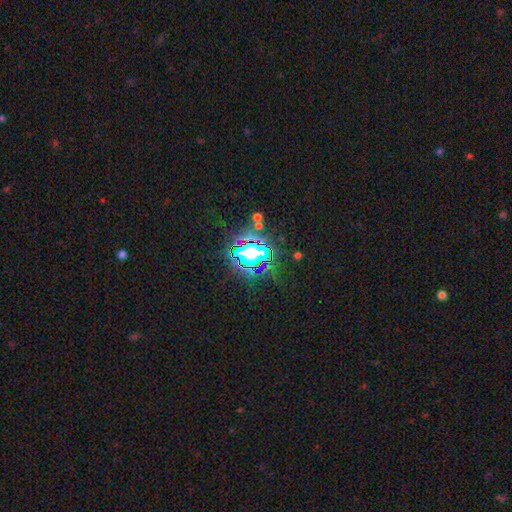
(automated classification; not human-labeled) A star or artifact, not a galaxy (78%).

Vote fractions:
- Smooth or featured? star or artifact: 78% / smooth: 13% / featured or disk: 9%